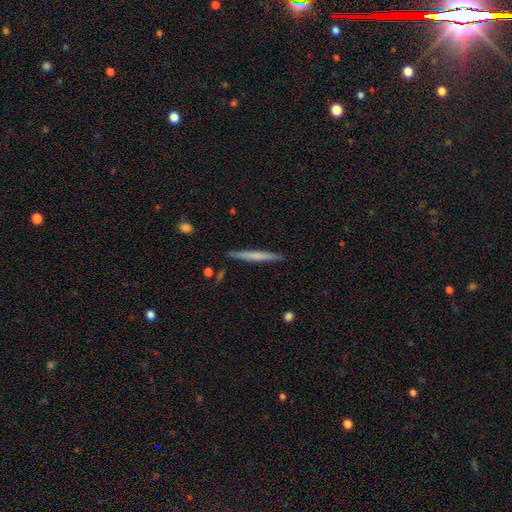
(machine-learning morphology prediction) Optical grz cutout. It shows a smooth galaxy with no disk features (57%) that is cigar-shaped (96%). Merging: none (90%).